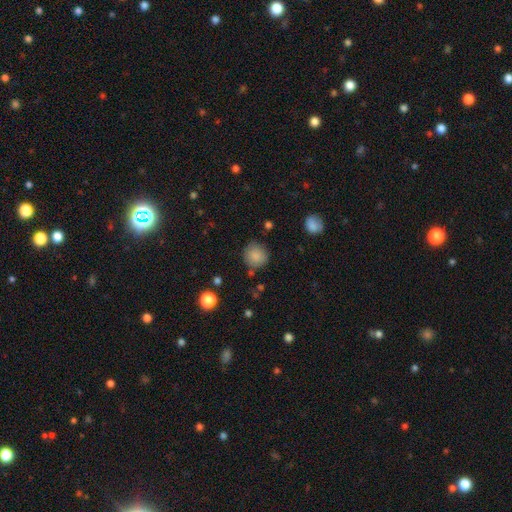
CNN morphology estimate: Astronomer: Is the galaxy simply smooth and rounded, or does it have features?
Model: smooth — 86%.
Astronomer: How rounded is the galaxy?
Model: round — 91%.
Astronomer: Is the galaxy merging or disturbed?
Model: none — 81%.